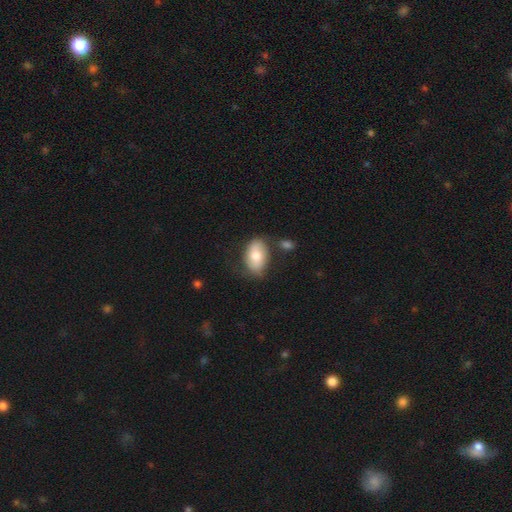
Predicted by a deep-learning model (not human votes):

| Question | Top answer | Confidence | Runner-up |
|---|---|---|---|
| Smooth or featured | smooth | 73% | featured or disk (21%) |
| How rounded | in between | 91% | round (7%) |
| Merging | none | 64% | minor disturbance (23%) |